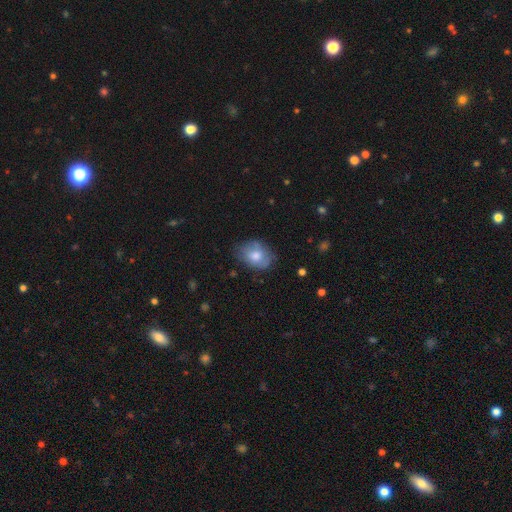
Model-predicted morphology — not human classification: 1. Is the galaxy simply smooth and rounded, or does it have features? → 69% smooth, 23% featured or disk, 8% star or artifact.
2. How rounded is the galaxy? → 73% in between, 26% round, 1% cigar-shaped.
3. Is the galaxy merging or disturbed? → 69% none, 23% minor disturbance, 6% major disturbance, 2% merger.